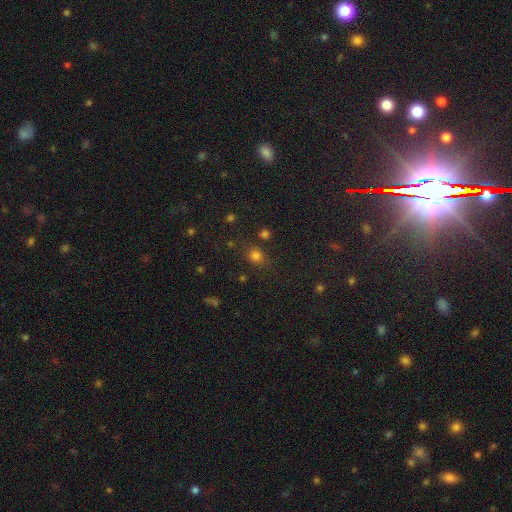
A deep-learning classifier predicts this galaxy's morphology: Overall: smooth (75%). How rounded: round (74%). Merging: none (77%).